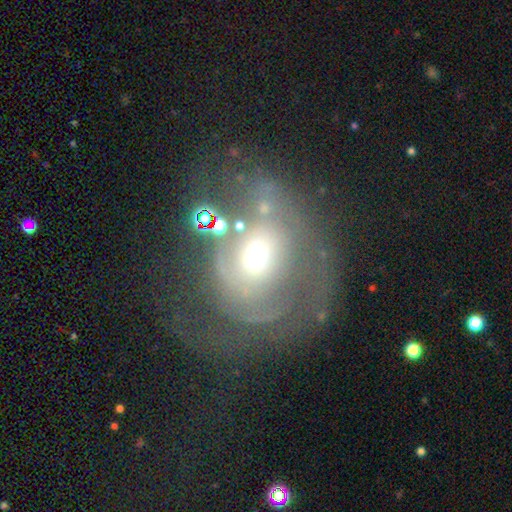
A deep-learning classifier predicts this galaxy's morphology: Smooth or featured: featured or disk — 58% (smooth — 30%)
Edge-on disk: no — 96% (yes — 4%)
Bar: no — 79% (weak — 17%)
Spiral arms: yes — 52% (no — 48%)
Bulge size: moderate — 62% (small — 24%)
Merging: major disturbance — 41% (none — 32%)